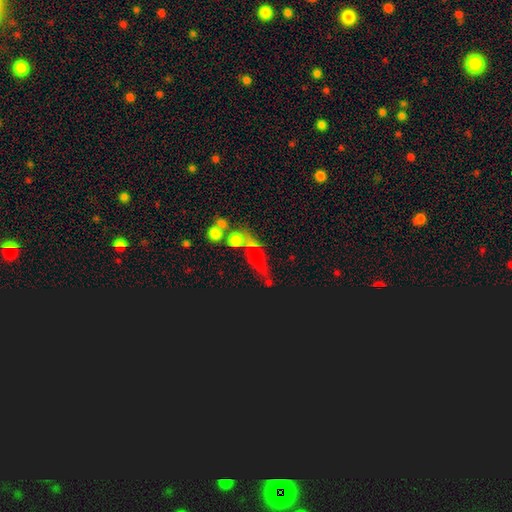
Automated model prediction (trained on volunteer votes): smooth-or-featured: smooth: 48% | featured or disk: 30% | star or artifact: 21%
  merging: none: 51% | merger: 25% | minor disturbance: 14% | major disturbance: 10%